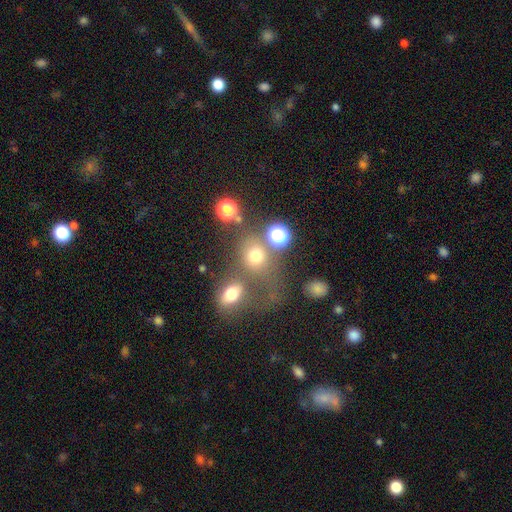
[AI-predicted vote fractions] This is likely a smooth galaxy (68%). How rounded: likely round (63%). Merging: marginally none (43%).